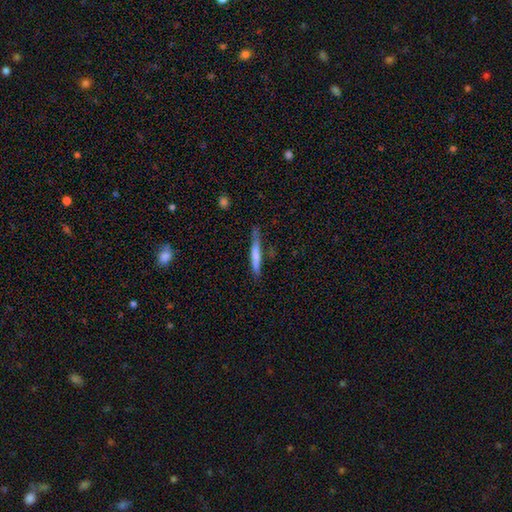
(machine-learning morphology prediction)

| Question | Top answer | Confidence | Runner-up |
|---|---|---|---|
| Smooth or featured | smooth | 66% | featured or disk (28%) |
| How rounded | cigar-shaped | 94% | in between (5%) |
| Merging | none | 68% | minor disturbance (23%) |